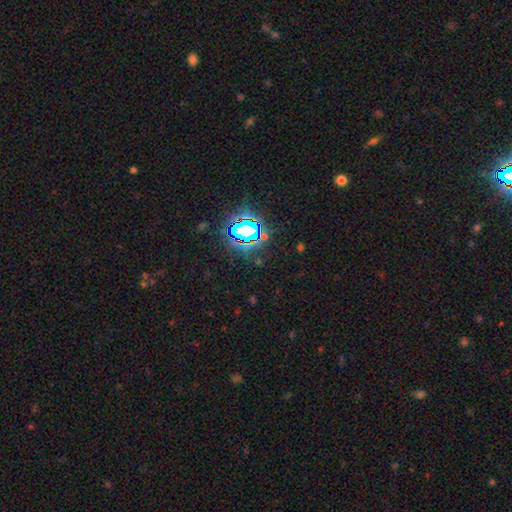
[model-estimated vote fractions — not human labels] Smooth or featured: star or artifact — 80% (smooth — 13%)